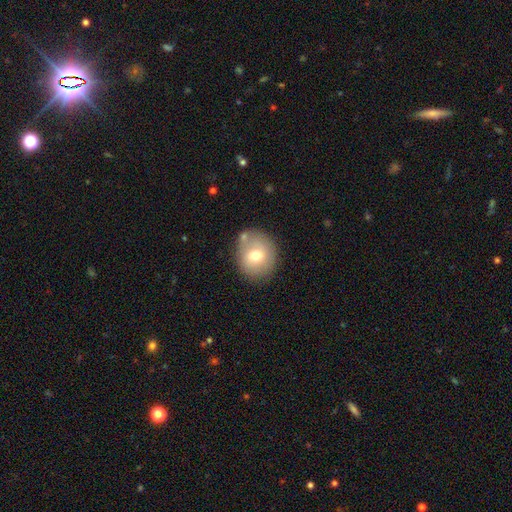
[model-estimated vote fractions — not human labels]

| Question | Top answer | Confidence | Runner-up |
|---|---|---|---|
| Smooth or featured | smooth | 70% | featured or disk (21%) |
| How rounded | round | 75% | in between (24%) |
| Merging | none | 73% | minor disturbance (14%) |